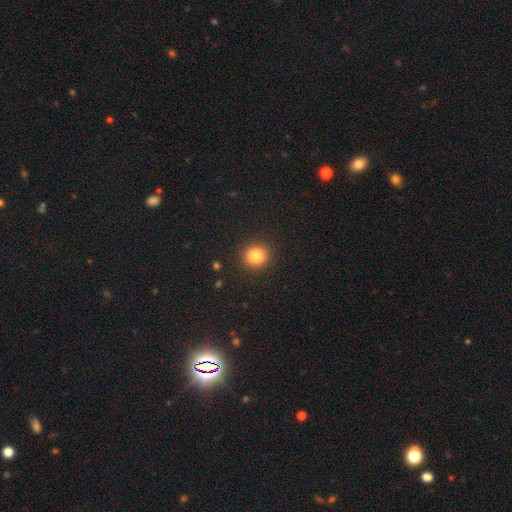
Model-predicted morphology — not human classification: Smooth or featured? Predicted: smooth (p=0.83). How rounded? Predicted: round (p=0.90). Merging? Predicted: none (p=0.91).